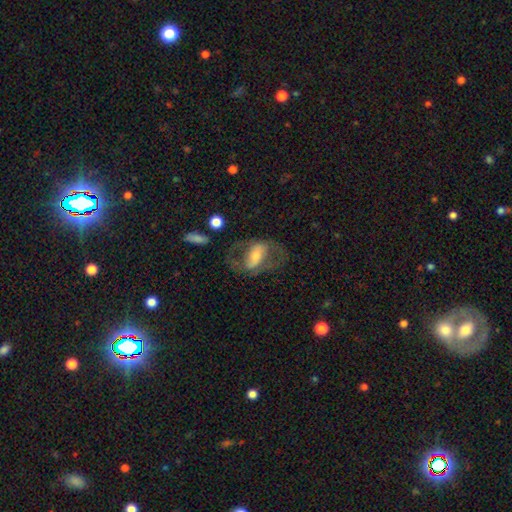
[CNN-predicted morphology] Smooth or featured: featured or disk — 62% (smooth — 30%)
Edge-on disk: no — 91% (yes — 9%)
Bar: strong — 46% (weak — 29%)
Spiral arms: yes — 58% (no — 42%)
Bulge size: small — 41% (moderate — 36%)
Merging: none — 57% (major disturbance — 24%)